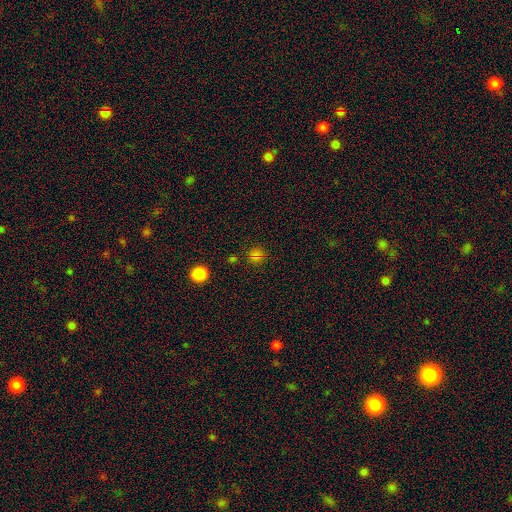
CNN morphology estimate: A smooth galaxy with no disk features (69%) that is round (90%).

Vote fractions:
- Smooth or featured? smooth: 69% / star or artifact: 26% / featured or disk: 6%
- How rounded? round: 90% / in between: 9% / cigar-shaped: 1%
- Merging? none: 83% / minor disturbance: 9% / merger: 4% / major disturbance: 4%